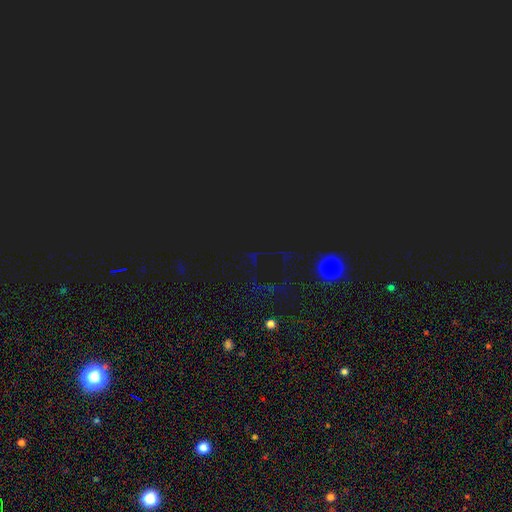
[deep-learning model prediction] Smooth or featured?
  - star or artifact: 81% *
  - smooth: 12%
  - featured or disk: 7%